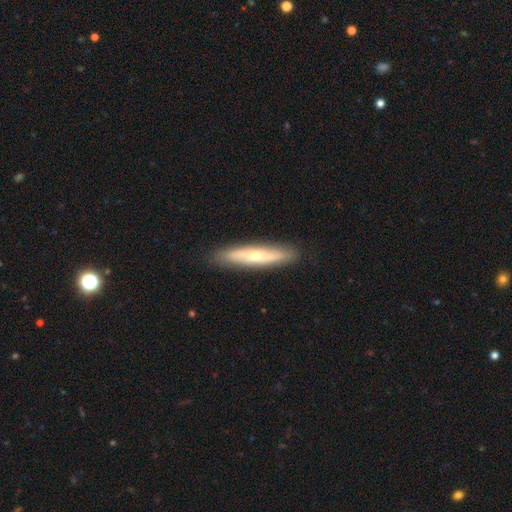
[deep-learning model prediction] Morphology: type=featured or disk (52%); edge-on=yes (81%); merging=none (89%).